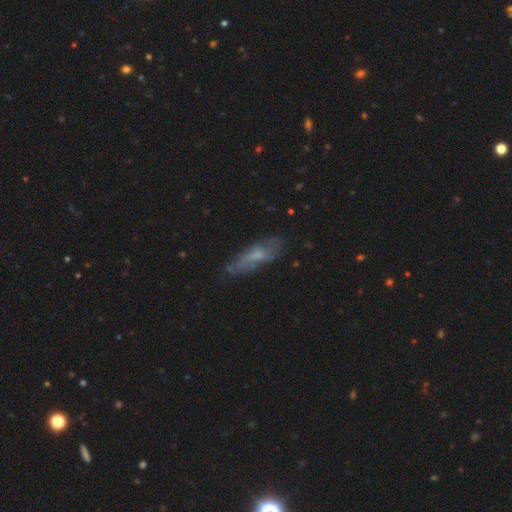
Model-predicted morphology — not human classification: A smooth galaxy with no disk features (49%). Merging: none (58%).